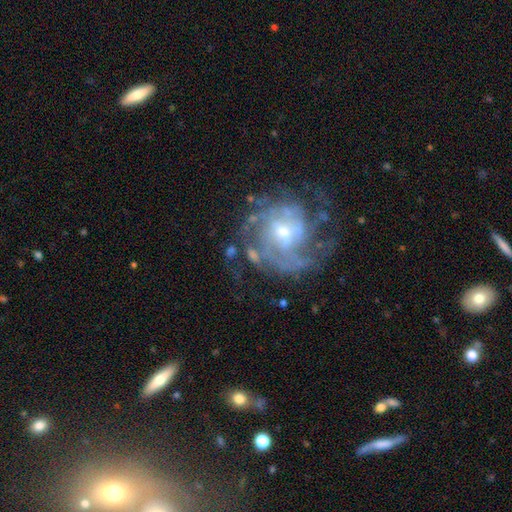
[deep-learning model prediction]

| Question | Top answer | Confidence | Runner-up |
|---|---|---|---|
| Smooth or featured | featured or disk | 84% | smooth (8%) |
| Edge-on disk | no | 98% | yes (2%) |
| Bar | no | 62% | weak (31%) |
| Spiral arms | yes | 91% | no (9%) |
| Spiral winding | tight | 51% | medium (36%) |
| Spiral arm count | can't tell | 36% | 2 (20%) |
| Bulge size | small | 49% | moderate (44%) |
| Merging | none | 62% | minor disturbance (18%) |